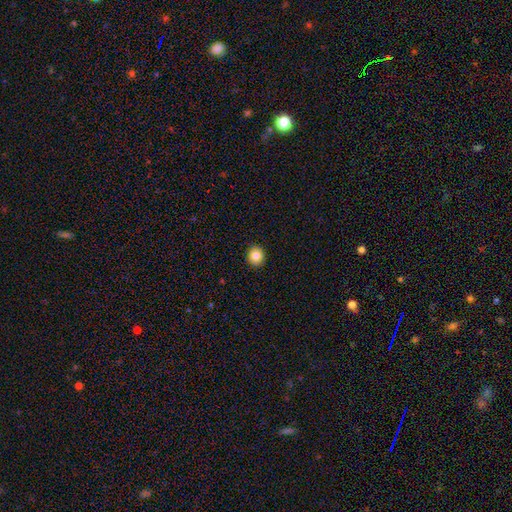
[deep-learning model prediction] Smooth or featured? smooth (84%)
How rounded? round (78%)
Merging? none (92%)